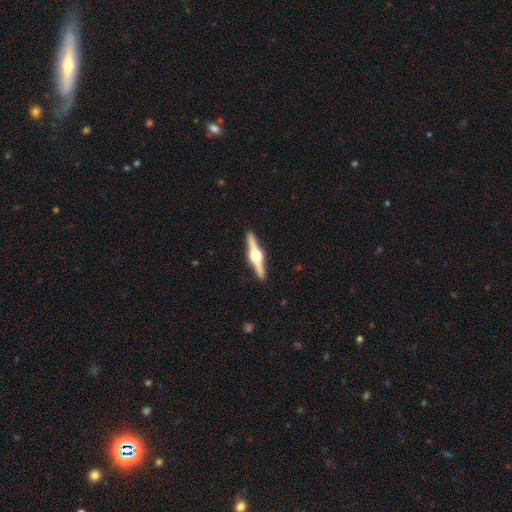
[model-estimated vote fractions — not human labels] A featured or disk galaxy (85%) viewed edge-on (98%) with a rounded central bulge (95%). Merging: none (92%).